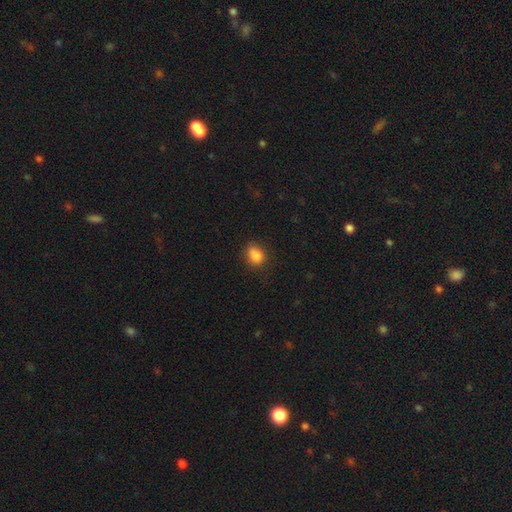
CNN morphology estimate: smooth 82%, star or artifact 11%, featured or disk 8%. Down the decision tree: how rounded — in between (50%); merging — none (63%).